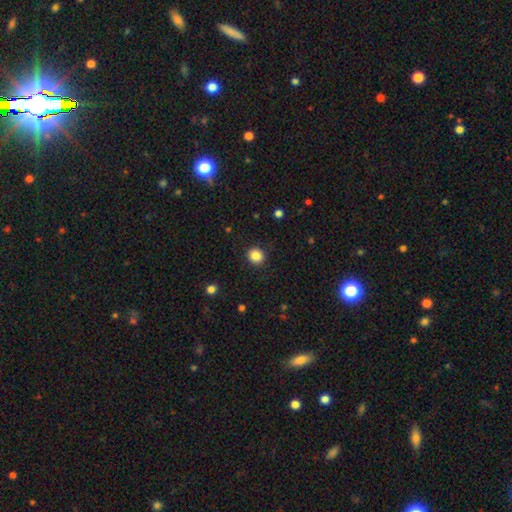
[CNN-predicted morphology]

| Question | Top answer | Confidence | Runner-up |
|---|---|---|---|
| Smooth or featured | smooth | 85% | star or artifact (11%) |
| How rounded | round | 87% | in between (12%) |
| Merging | none | 91% | minor disturbance (6%) |